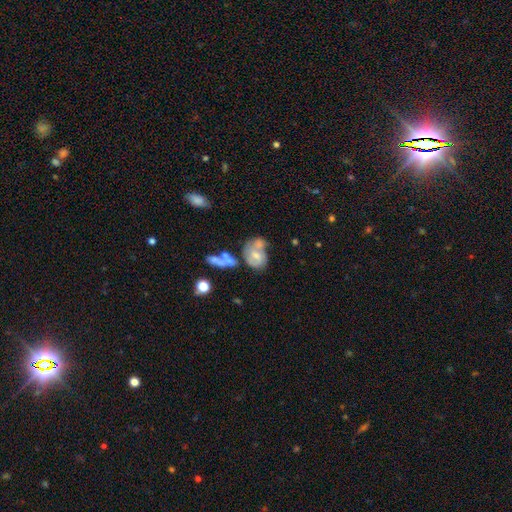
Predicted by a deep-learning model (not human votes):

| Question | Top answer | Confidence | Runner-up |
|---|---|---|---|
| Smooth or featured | featured or disk | 53% | smooth (38%) |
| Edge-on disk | no | 97% | yes (3%) |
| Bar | no | 65% | weak (28%) |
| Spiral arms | no | 51% | yes (49%) |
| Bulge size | moderate | 46% | small (38%) |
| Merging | merger | 45% | none (24%) |